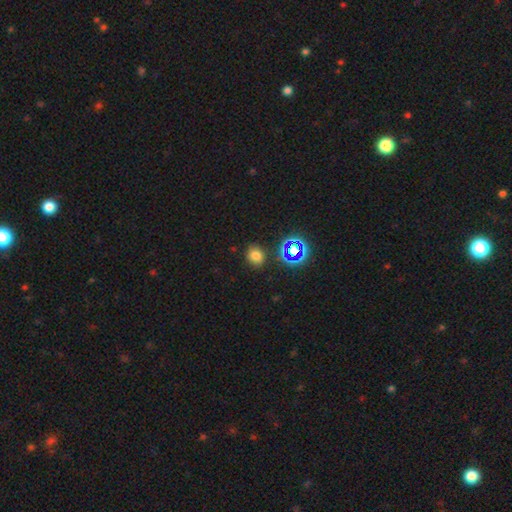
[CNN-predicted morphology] Smooth or featured: smooth — 71% (star or artifact — 23%)
How rounded: round — 61% (in between — 38%)
Merging: none — 82% (minor disturbance — 11%)